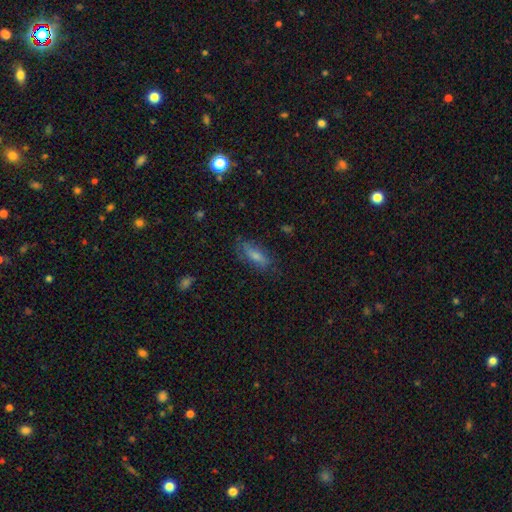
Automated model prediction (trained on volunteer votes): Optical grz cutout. It shows a smooth galaxy with no disk features (52%) that is in between round and cigar-shaped (61%). Merging: none (75%).